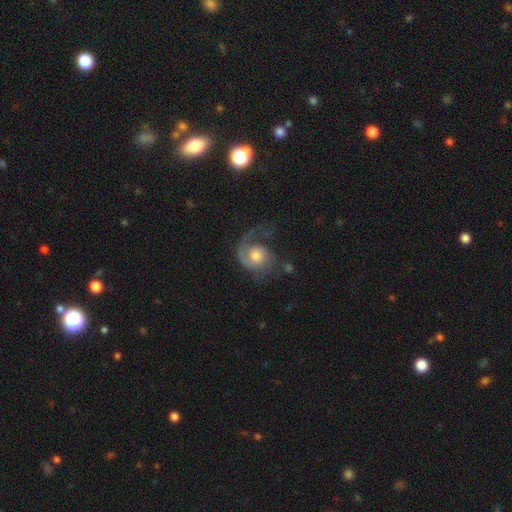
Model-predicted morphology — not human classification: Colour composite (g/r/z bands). It shows a featured or disk galaxy (75%) with no bar (76%), 1 (71%) medium (41%) spiral arms (94%) and a moderate central bulge (60%). Merging: none (48%).